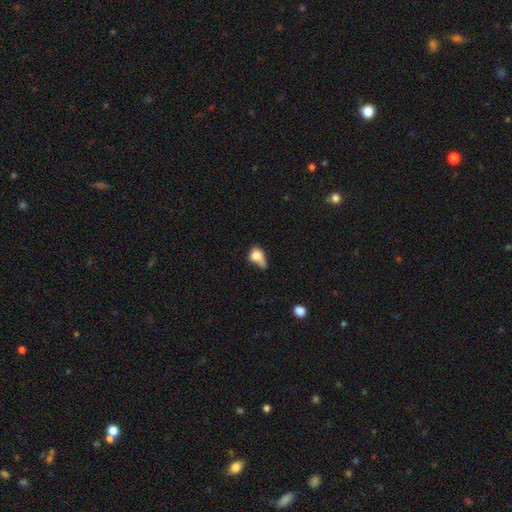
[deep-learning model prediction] This is likely a smooth galaxy (74%). How rounded: possibly in between (53%). Merging: marginally minor disturbance (28%).